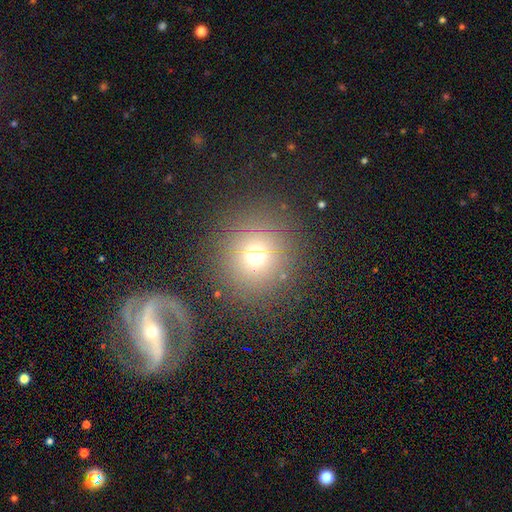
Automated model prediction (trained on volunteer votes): The model was most divided on "smooth or featured": smooth: 63%, star or artifact: 25%, featured or disk: 13%. More confident: how rounded — round (90%); merging — none (84%).